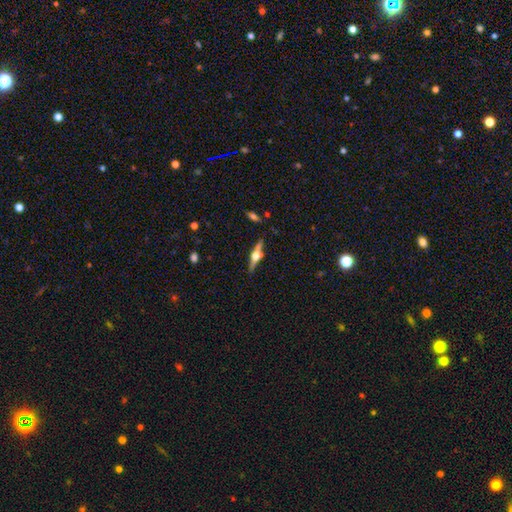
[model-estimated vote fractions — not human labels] This is likely a featured or disk galaxy (77%). It is clearly viewed edge-on (97%). Edge-on bulge: clearly rounded (95%). Merging: likely none (80%).